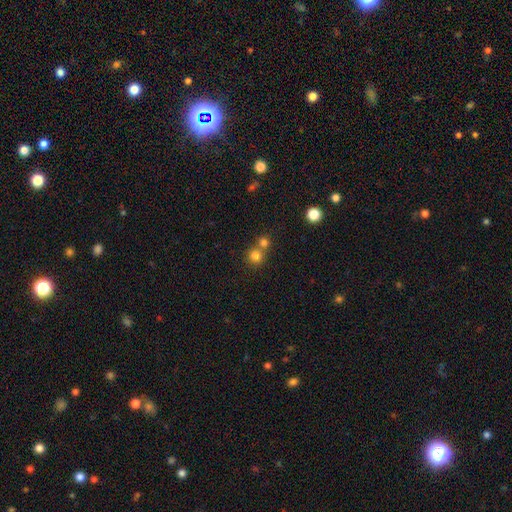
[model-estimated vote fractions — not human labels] Morphology: type=smooth (78%); roundness=round (90%); merging=none (53%).